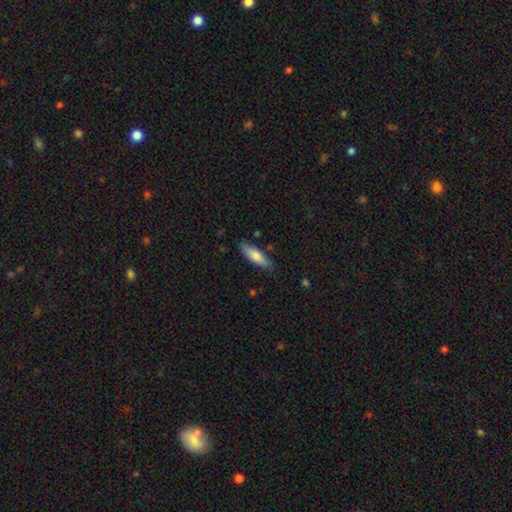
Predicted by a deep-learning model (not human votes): A smooth galaxy with no disk features (75%) that is cigar-shaped (53%).

Vote fractions:
- Smooth or featured? smooth: 75% / featured or disk: 19% / star or artifact: 6%
- How rounded? cigar-shaped: 53% / in between: 45% / round: 2%
- Merging? none: 83% / minor disturbance: 13% / major disturbance: 2% / merger: 2%